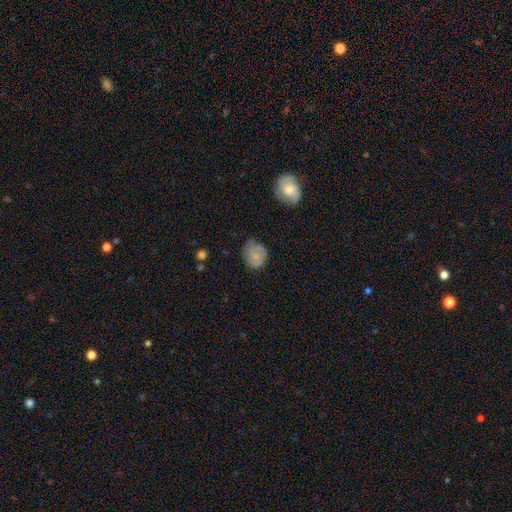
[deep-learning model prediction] A smooth galaxy with no disk features (74%) that is round (58%).

Vote fractions:
- Smooth or featured? smooth: 74% / featured or disk: 18% / star or artifact: 8%
- How rounded? round: 58% / in between: 41% / cigar-shaped: 1%
- Merging? none: 56% / minor disturbance: 33% / major disturbance: 9% / merger: 2%